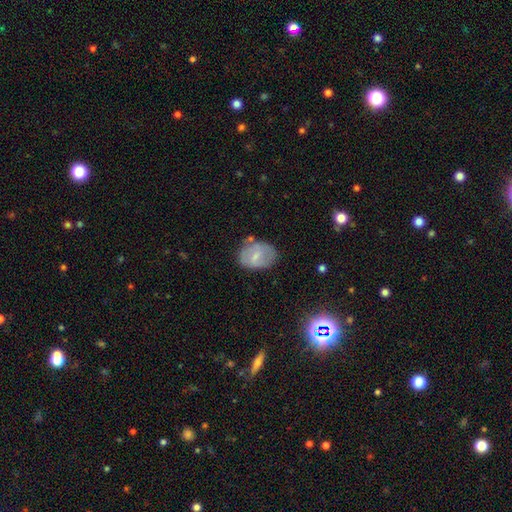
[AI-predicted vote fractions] smooth-or-featured: smooth: 52% | featured or disk: 40% | star or artifact: 8%
  how-rounded: in between: 70% | round: 29% | cigar-shaped: 1%
  merging: none: 65% | minor disturbance: 23% | major disturbance: 8% | merger: 4%